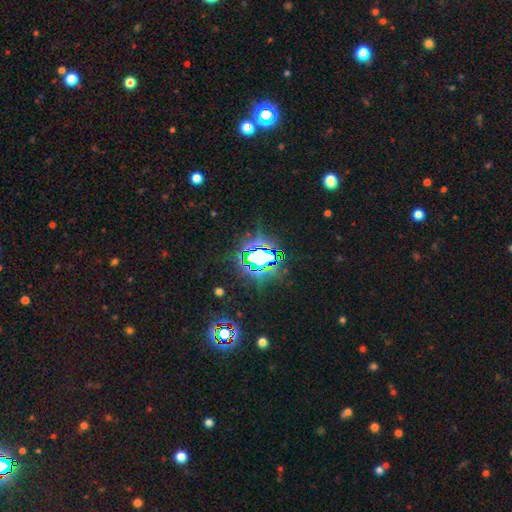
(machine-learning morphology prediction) Smooth or featured? star or artifact (81%)